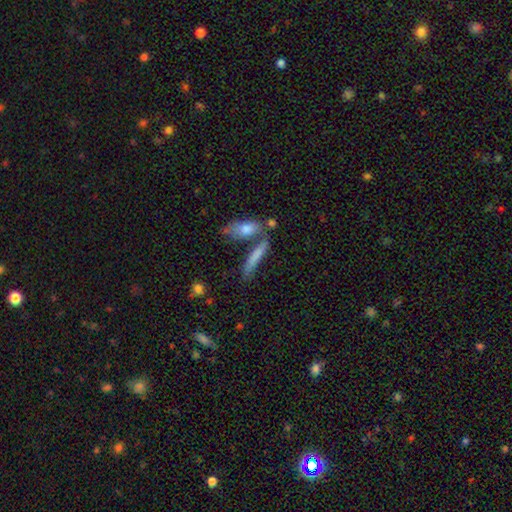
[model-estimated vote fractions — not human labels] smooth 71%, featured or disk 22%, star or artifact 7%. Down the decision tree: how rounded — cigar-shaped (83%); merging — none (59%).